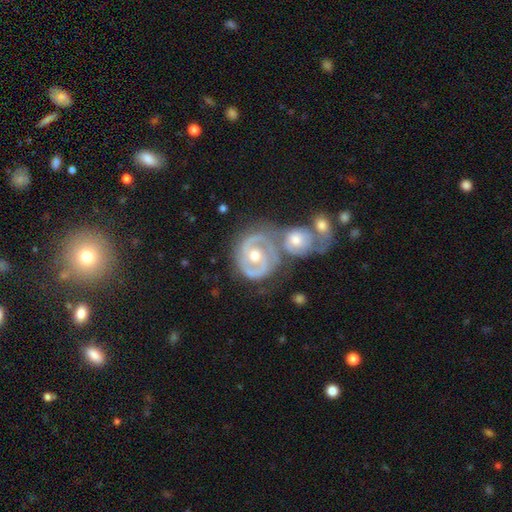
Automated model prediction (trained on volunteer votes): smooth_or_featured: featured or disk (p=0.90) [alt: smooth p=0.06]
disk_edge_on: no (p=0.98) [alt: yes p=0.02]
bar: no (p=0.55) [alt: weak p=0.31]
has_spiral_arms: yes (p=0.96) [alt: no p=0.04]
spiral_winding: tight (p=0.59) [alt: medium p=0.35]
spiral_arm_count: 2 (p=0.84) [alt: 3 p=0.06]
bulge_size: moderate (p=0.77) [alt: small p=0.16]
merging: merger (p=0.42) [alt: none p=0.38]